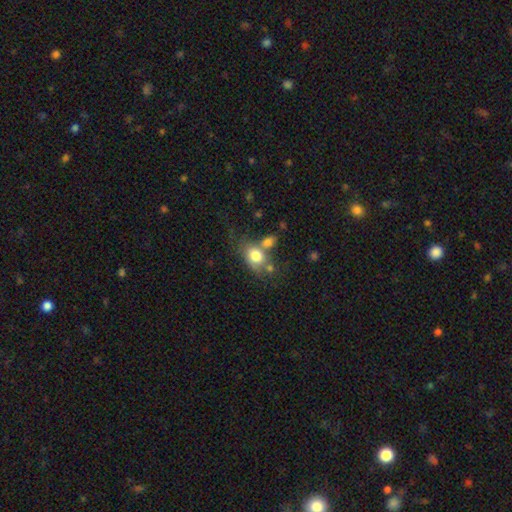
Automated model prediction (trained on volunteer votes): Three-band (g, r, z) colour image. It shows a smooth galaxy with no disk features (76%) that is in between round and cigar-shaped (66%). Merging: none (38%).